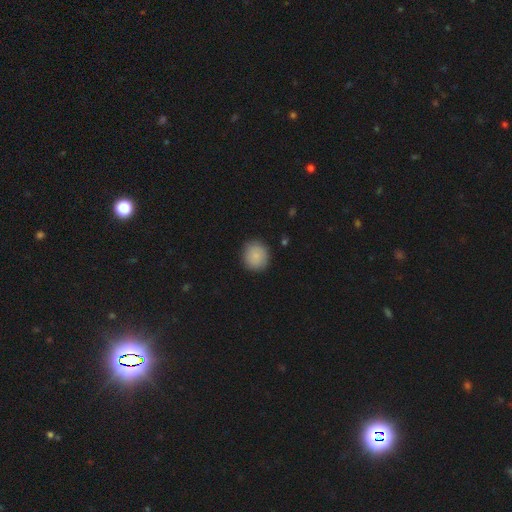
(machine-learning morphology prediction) A smooth galaxy with no disk features (86%) that is round (87%). Merging: none (88%).